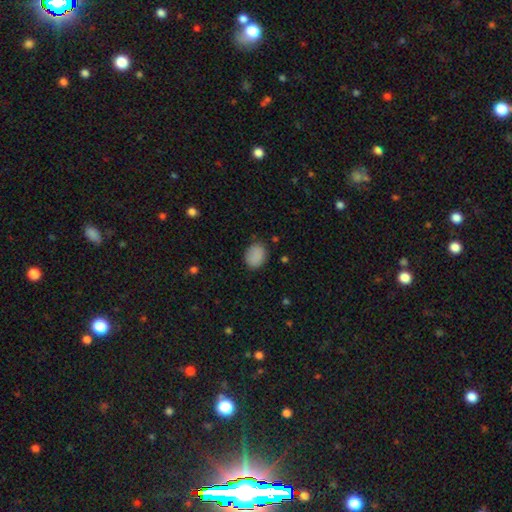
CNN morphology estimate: smooth 87%, star or artifact 9%, featured or disk 4%. Down the decision tree: how rounded — in between (55%); merging — none (82%).